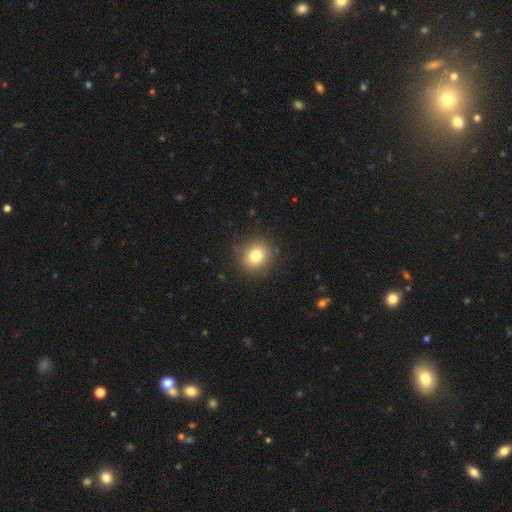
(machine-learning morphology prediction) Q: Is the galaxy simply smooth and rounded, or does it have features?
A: smooth — 79%.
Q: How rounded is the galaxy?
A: round — 87%.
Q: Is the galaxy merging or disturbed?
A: none — 88%.